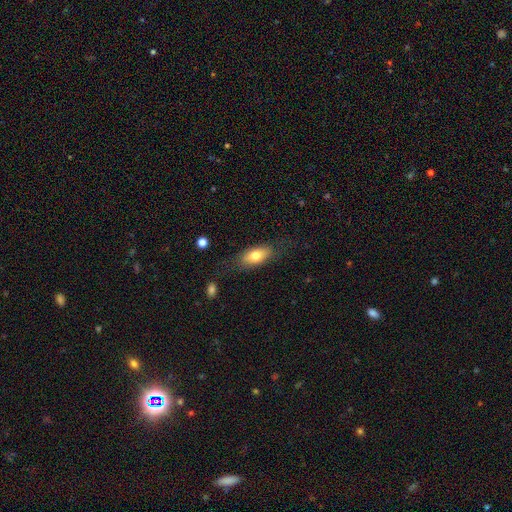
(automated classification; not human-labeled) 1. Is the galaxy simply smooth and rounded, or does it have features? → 74% smooth, 18% featured or disk, 7% star or artifact.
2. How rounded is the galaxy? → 84% in between, 11% cigar-shaped, 5% round.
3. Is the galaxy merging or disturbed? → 76% none, 16% minor disturbance, 6% major disturbance, 2% merger.